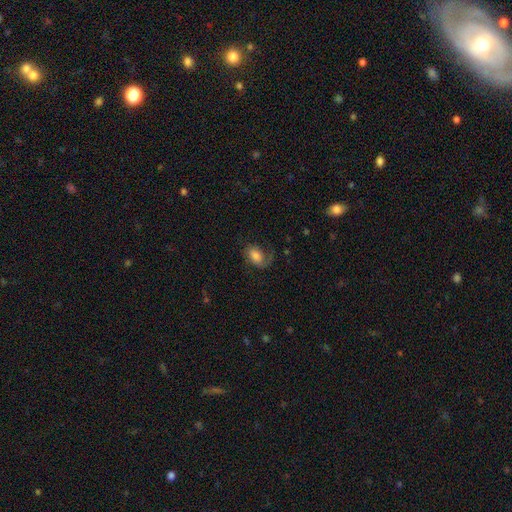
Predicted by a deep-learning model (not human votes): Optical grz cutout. It shows a smooth galaxy with no disk features (48%). Merging: none (55%).